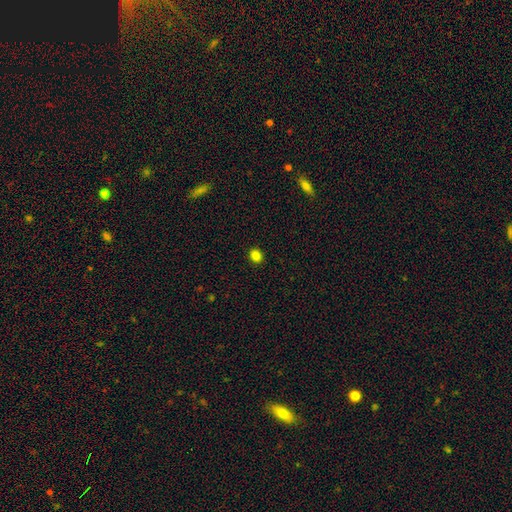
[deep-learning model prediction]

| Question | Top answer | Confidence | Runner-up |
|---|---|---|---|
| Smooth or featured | smooth | 84% | star or artifact (12%) |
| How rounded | round | 62% | in between (37%) |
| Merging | none | 91% | minor disturbance (6%) |